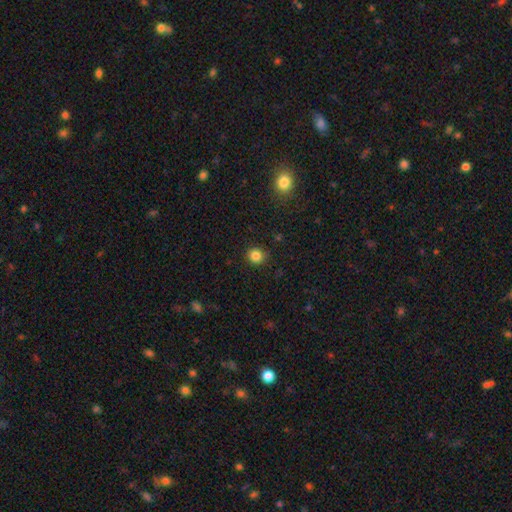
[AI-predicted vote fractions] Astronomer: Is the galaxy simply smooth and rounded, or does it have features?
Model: smooth — 84%.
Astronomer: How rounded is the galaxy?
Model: round — 88%.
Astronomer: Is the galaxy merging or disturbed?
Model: none — 88%.